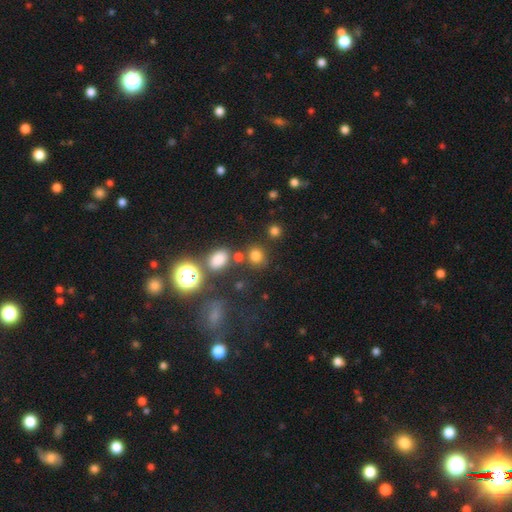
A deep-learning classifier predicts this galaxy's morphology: smooth 74%, star or artifact 20%, featured or disk 6%. Down the decision tree: how rounded — round (77%); merging — none (74%).